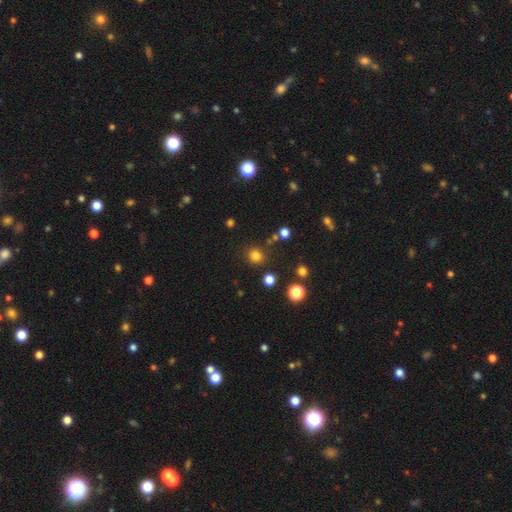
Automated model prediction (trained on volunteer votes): Smooth or featured? Predicted: smooth (p=0.79). How rounded? Predicted: round (p=0.88). Merging? Predicted: none (p=0.85).